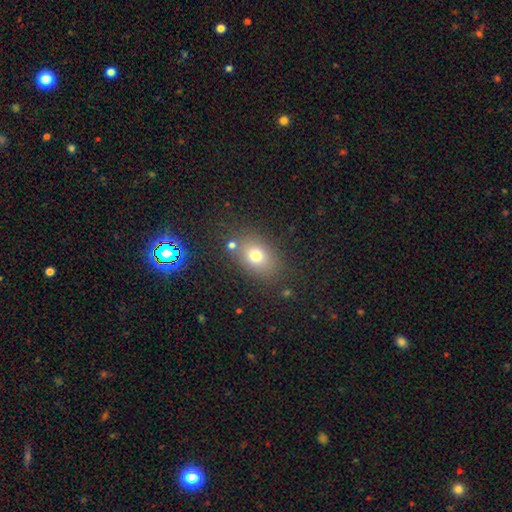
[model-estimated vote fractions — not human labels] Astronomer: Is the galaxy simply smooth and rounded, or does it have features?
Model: smooth — 74%.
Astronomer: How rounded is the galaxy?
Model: in between — 67%.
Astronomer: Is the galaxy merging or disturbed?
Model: none — 74%.